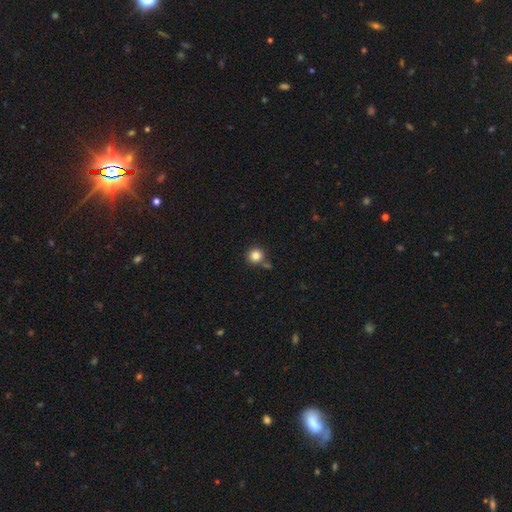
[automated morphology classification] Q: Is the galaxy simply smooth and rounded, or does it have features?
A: smooth — 84%.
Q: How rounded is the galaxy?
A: round — 94%.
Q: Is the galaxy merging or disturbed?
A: none — 78%.